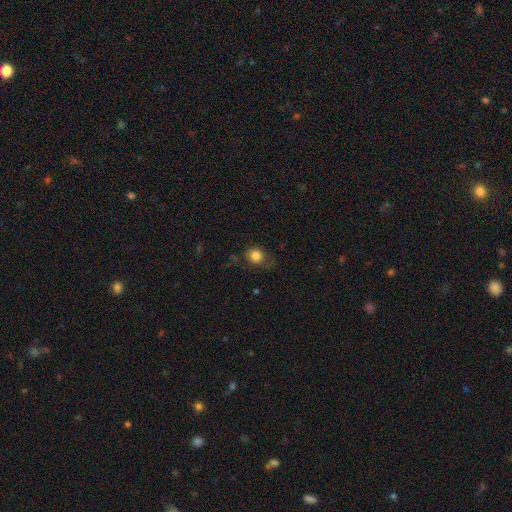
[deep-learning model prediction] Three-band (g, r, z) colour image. It shows a smooth galaxy with no disk features (83%) that is round (74%). Merging: none (69%).